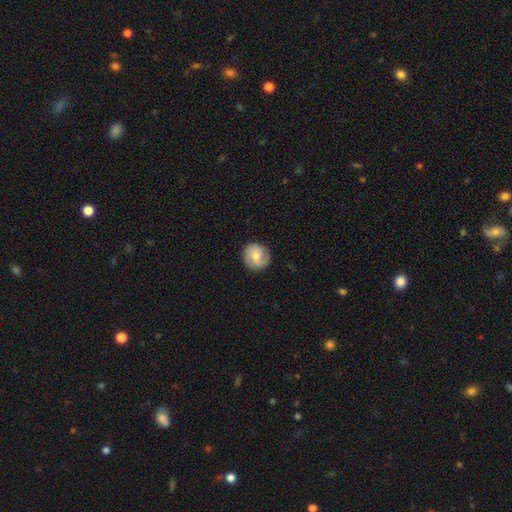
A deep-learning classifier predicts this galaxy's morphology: A featured or disk galaxy (49%). Merging: none (84%).